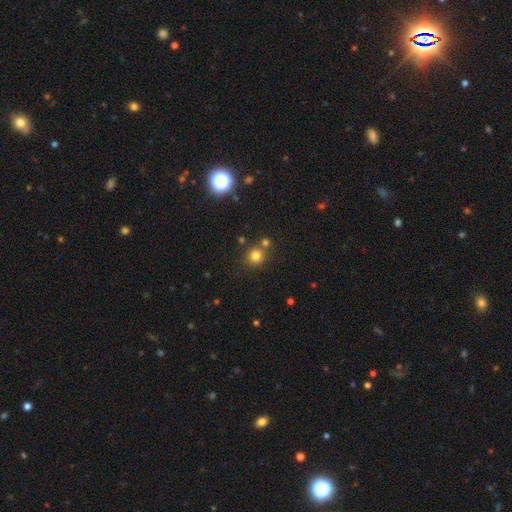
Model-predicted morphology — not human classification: A smooth galaxy with no disk features (77%) that is round (87%). Merging: none (69%).